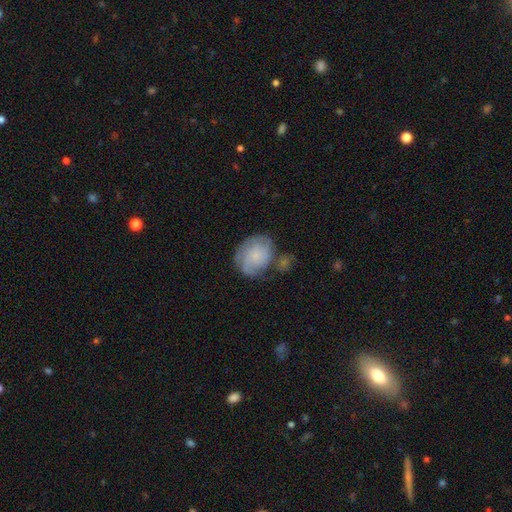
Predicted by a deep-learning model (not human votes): Q: Smooth or featured?
A: featured or disk (55%); runner-up: smooth (38%)
Q: Edge-on disk?
A: no (97%); runner-up: yes (3%)
Q: Bar?
A: no (80%); runner-up: weak (18%)
Q: Spiral arms?
A: yes (83%); runner-up: no (17%)
Q: Bulge size?
A: small (71%); runner-up: moderate (15%)
Q: Merging?
A: none (51%); runner-up: minor disturbance (23%)